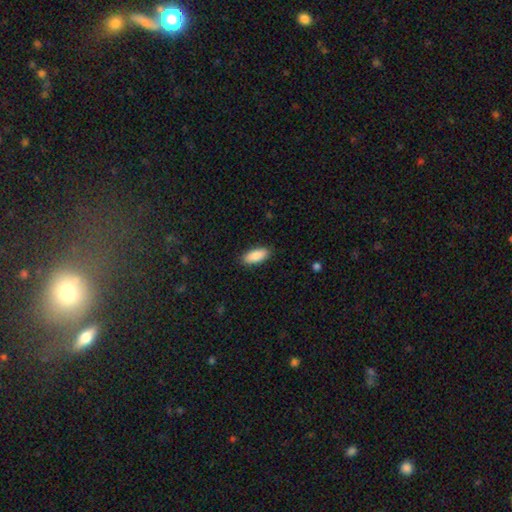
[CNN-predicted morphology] A smooth galaxy with no disk features (89%) that is in between round and cigar-shaped (83%). Merging: none (89%).